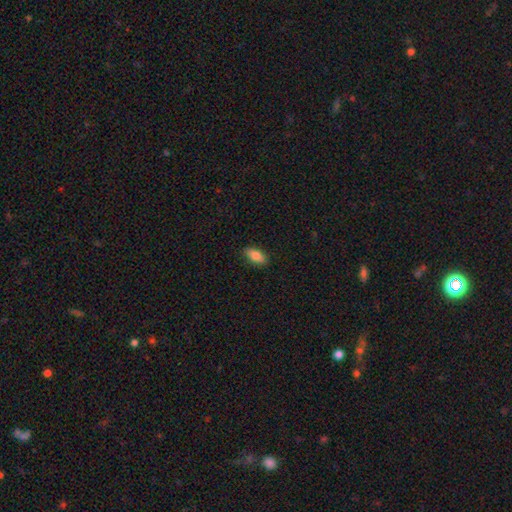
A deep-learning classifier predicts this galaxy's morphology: A smooth galaxy with no disk features (82%) that is in between round and cigar-shaped (87%). Merging: none (87%).